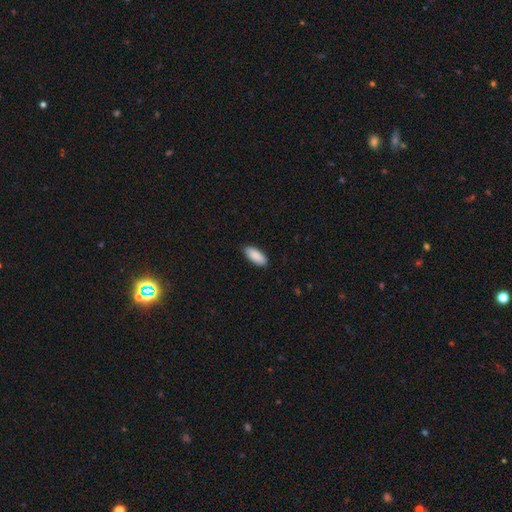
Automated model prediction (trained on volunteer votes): A smooth galaxy with no disk features (90%) that is in between round and cigar-shaped (87%). Merging: none (88%).